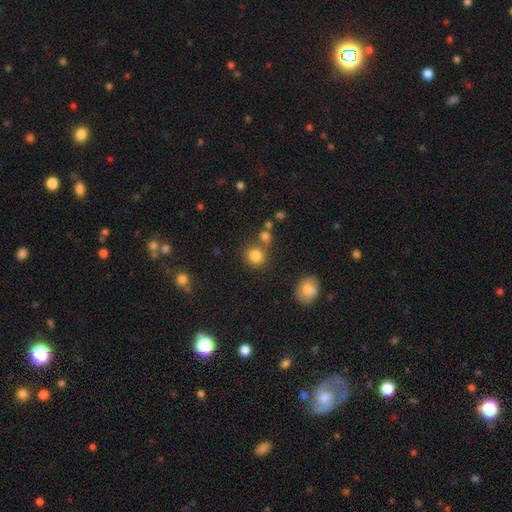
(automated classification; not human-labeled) Smooth or featured? smooth (82%)
How rounded? round (88%)
Merging? none (71%)